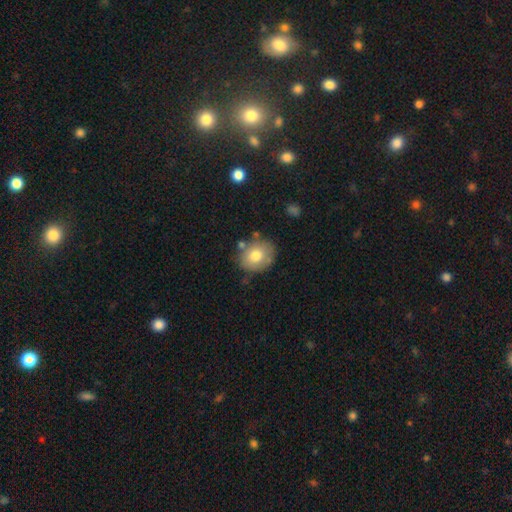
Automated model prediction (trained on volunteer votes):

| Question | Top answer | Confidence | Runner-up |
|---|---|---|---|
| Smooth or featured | smooth | 74% | featured or disk (18%) |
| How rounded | round | 57% | in between (42%) |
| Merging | none | 75% | minor disturbance (15%) |